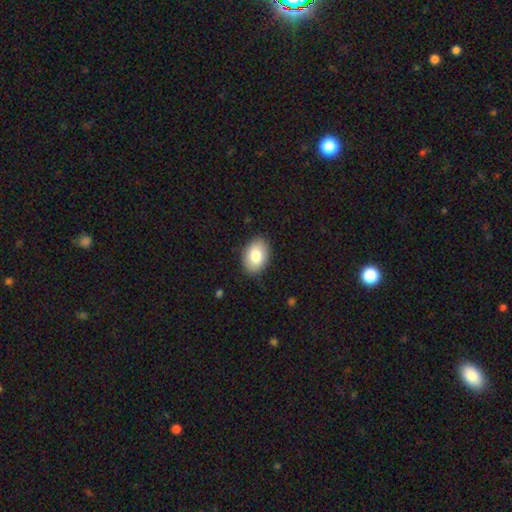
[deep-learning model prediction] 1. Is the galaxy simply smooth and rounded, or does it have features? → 82% smooth, 11% featured or disk, 7% star or artifact.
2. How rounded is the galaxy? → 85% in between, 14% round, 1% cigar-shaped.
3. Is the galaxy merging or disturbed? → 87% none, 10% minor disturbance, 2% major disturbance, 1% merger.